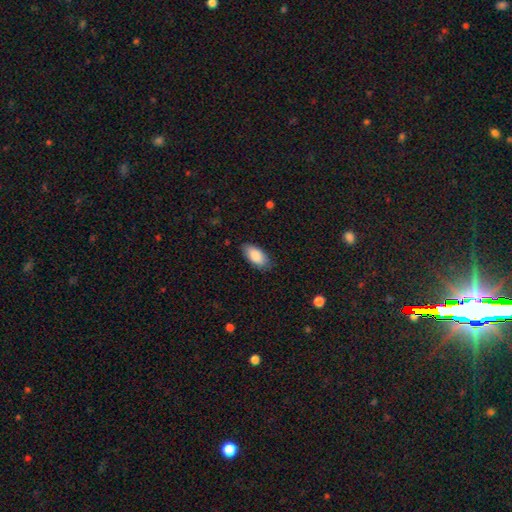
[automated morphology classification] A smooth galaxy with no disk features (87%) that is in between round and cigar-shaped (92%). Merging: none (83%).